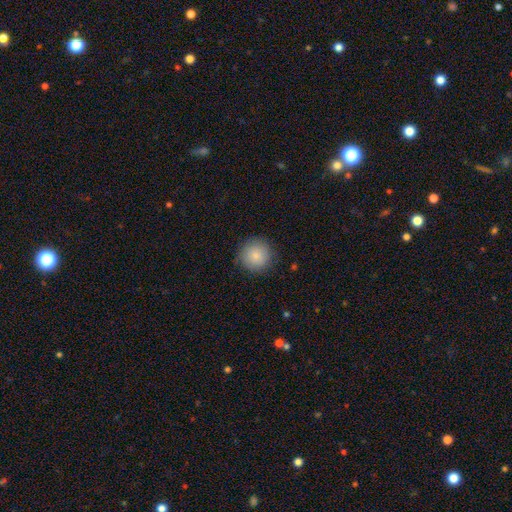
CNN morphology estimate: Smooth or featured? Predicted: smooth (p=0.86). How rounded? Predicted: round (p=0.95). Merging? Predicted: none (p=0.87).